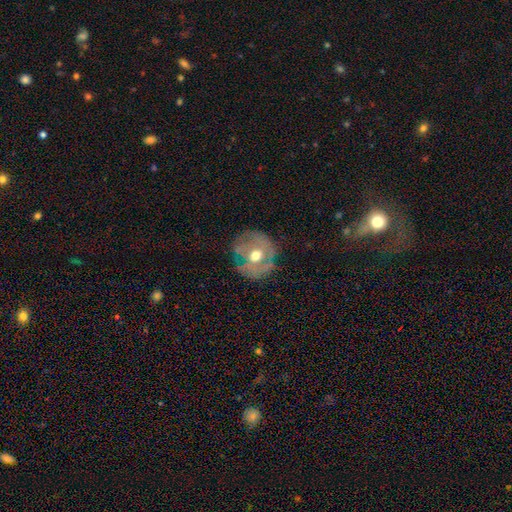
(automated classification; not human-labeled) The model was most divided on "smooth or featured": featured or disk: 54%, smooth: 37%, star or artifact: 9%. More confident: edge-on disk — no (95%); bulge size — moderate (79%); bar — no (76%); spiral arms — no (69%); merging — none (64%).